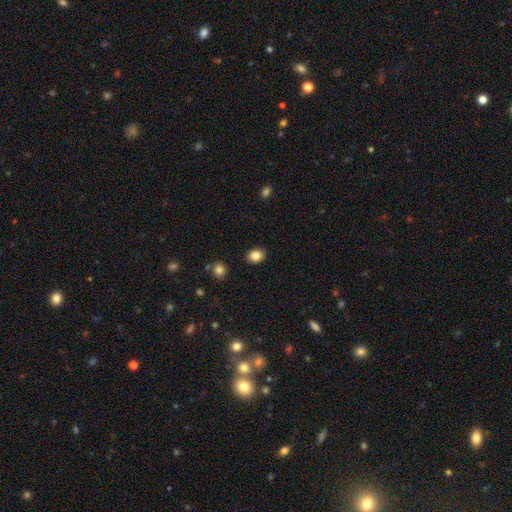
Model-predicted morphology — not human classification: A smooth galaxy with no disk features (84%) that is in between round and cigar-shaped (54%).

Vote fractions:
- Smooth or featured? smooth: 84% / star or artifact: 10% / featured or disk: 6%
- How rounded? in between: 54% / round: 45% / cigar-shaped: 1%
- Merging? none: 89% / minor disturbance: 8% / major disturbance: 2% / merger: 2%